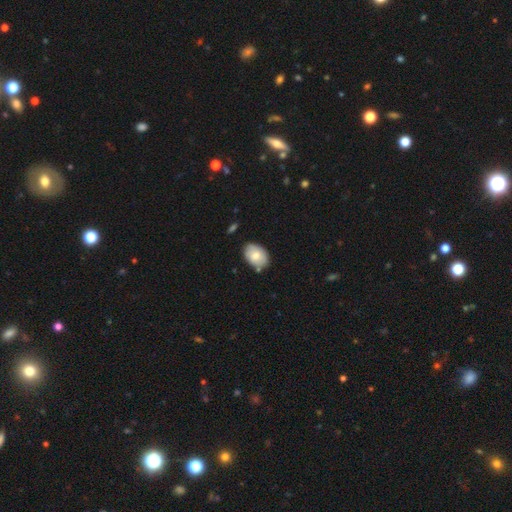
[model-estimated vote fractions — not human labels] Morphology: type=smooth (73%); roundness=in between (82%); merging=none (76%).